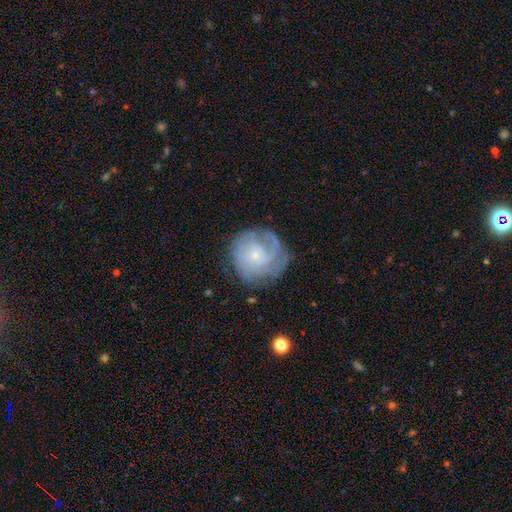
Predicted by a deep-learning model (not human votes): featured or disk 73%, smooth 19%, star or artifact 7%. Down the decision tree: edge-on disk — no (98%); bar — no (78%); spiral arms — yes (91%); spiral arm count — can't tell (38%); spiral winding — tight (63%); bulge size — small (83%); merging — none (70%).